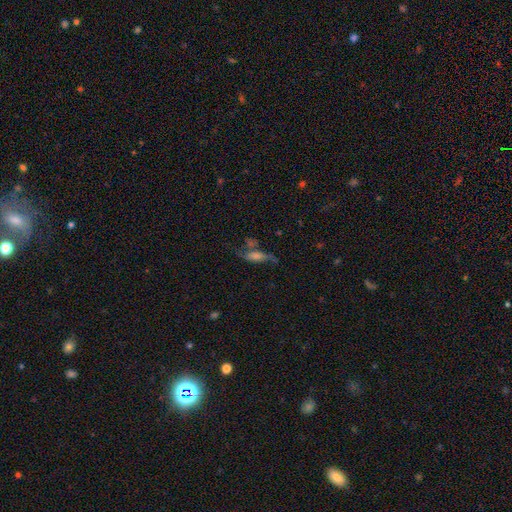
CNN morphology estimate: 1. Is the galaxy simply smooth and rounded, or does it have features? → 55% featured or disk, 30% smooth, 15% star or artifact.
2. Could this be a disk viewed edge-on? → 60% no, 40% yes.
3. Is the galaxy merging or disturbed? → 44% none, 21% minor disturbance, 20% major disturbance, 16% merger.